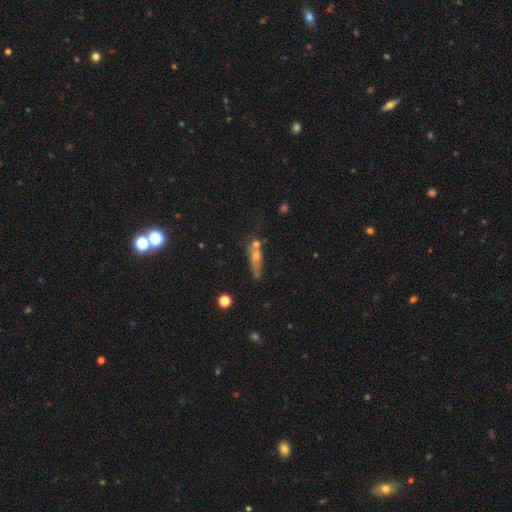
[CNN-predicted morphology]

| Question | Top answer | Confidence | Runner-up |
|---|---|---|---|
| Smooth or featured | smooth | 47% | featured or disk (37%) |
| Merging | none | 46% | merger (25%) |